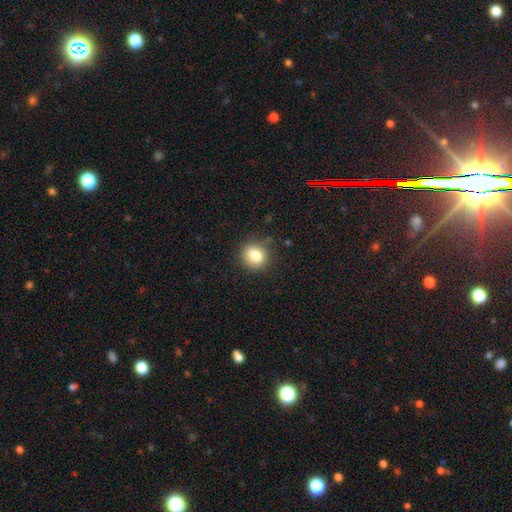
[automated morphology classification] A smooth galaxy with no disk features (79%) that is round (78%).

Vote fractions:
- Smooth or featured? smooth: 79% / star or artifact: 11% / featured or disk: 10%
- How rounded? round: 78% / in between: 21% / cigar-shaped: 1%
- Merging? none: 75% / minor disturbance: 16% / merger: 5% / major disturbance: 4%